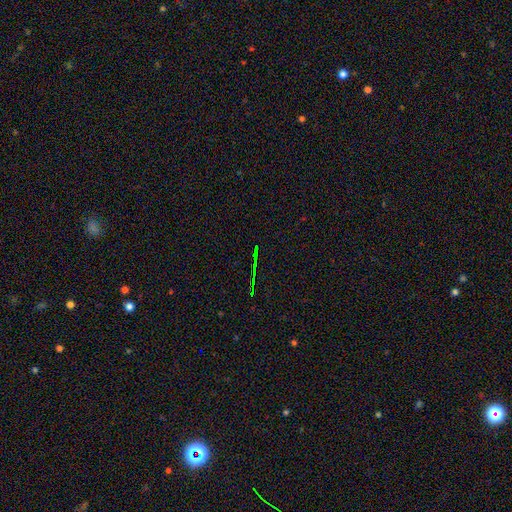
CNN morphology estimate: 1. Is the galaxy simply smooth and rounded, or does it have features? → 79% star or artifact, 11% smooth, 10% featured or disk.